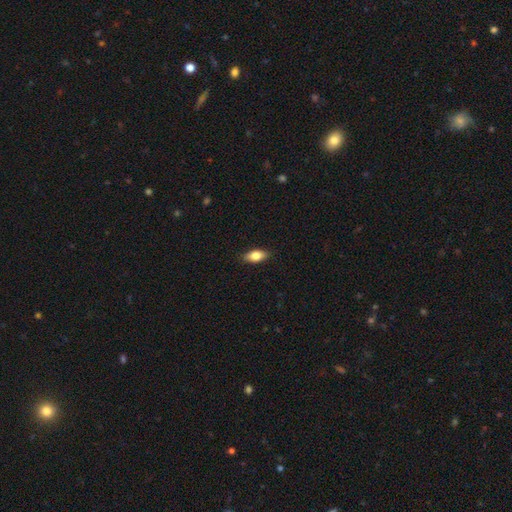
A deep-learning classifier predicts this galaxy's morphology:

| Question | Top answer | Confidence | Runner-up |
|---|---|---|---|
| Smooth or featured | smooth | 79% | featured or disk (15%) |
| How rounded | in between | 85% | cigar-shaped (11%) |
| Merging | none | 88% | minor disturbance (10%) |